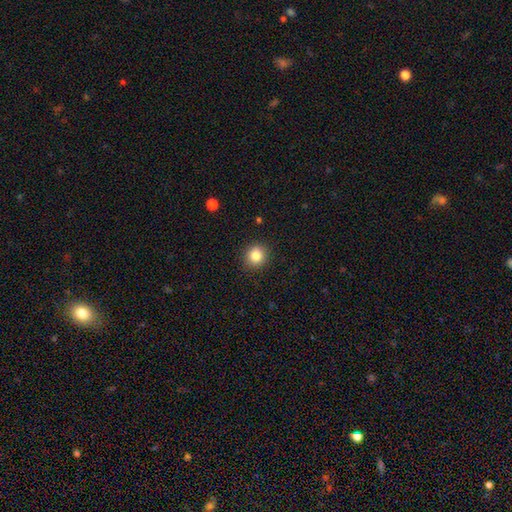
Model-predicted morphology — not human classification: type=smooth (84%); roundness=round (89%); merging=none (91%).